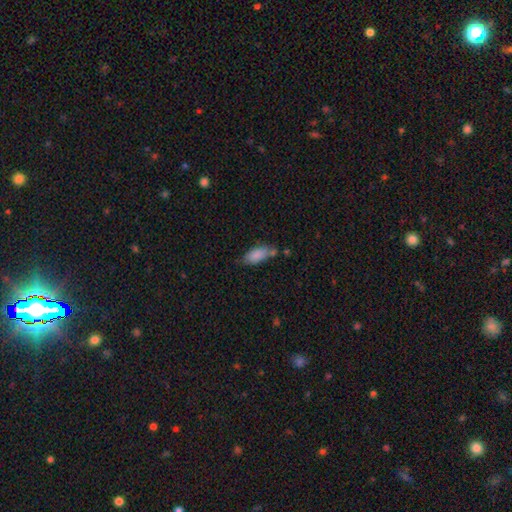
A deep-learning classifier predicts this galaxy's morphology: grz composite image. It shows a smooth galaxy with no disk features (85%) that is in between round and cigar-shaped (83%). Merging: none (56%).